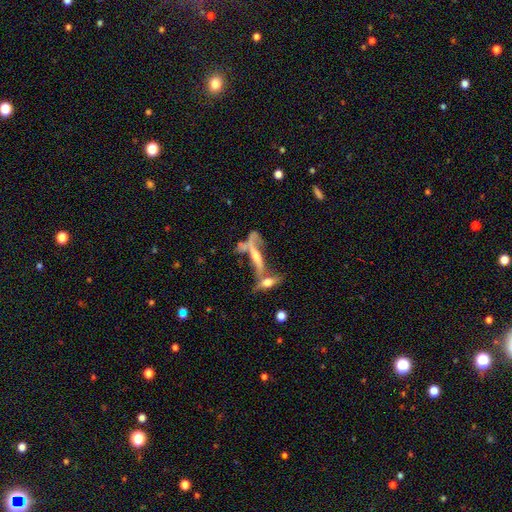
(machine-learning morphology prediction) A featured or disk galaxy (66%) viewed edge-on (63%). Merging: merger (47%).